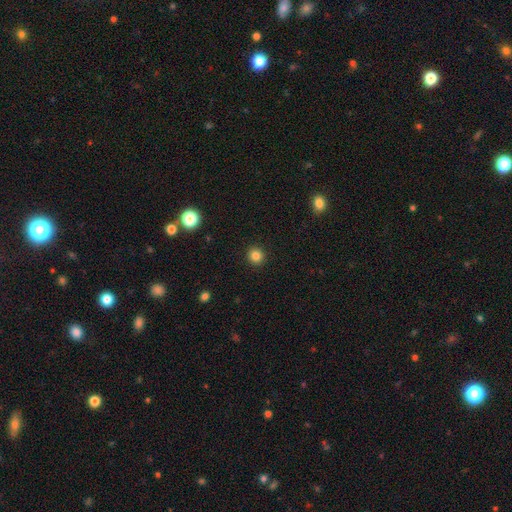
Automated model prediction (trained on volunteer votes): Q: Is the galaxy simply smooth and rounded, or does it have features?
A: smooth — 84%.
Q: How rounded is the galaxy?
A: round — 92%.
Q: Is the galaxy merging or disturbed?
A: none — 92%.